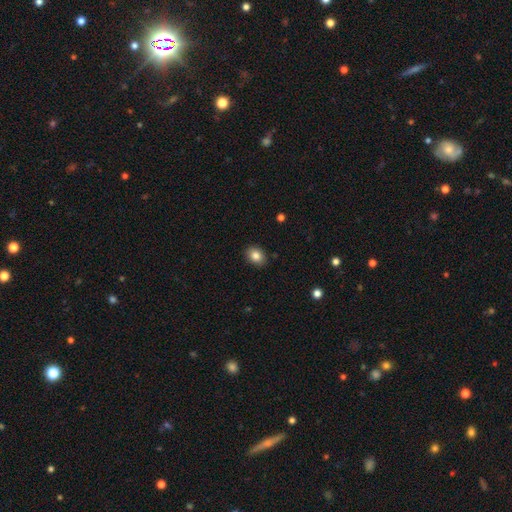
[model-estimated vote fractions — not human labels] This is clearly a smooth galaxy (83%). How rounded: likely in between (61%). Merging: clearly none (89%).